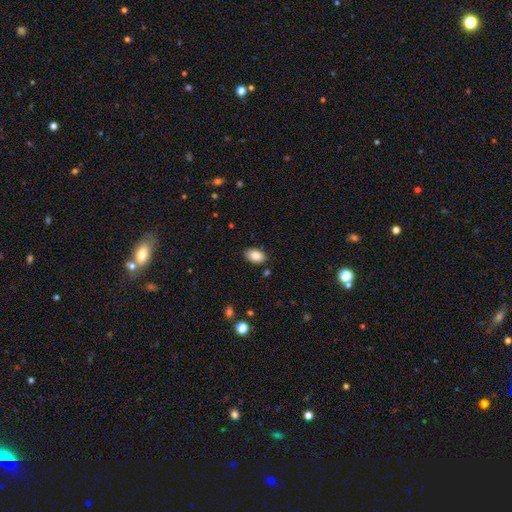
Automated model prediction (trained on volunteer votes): Morphology: type=smooth (86%); roundness=in between (88%); merging=none (86%).